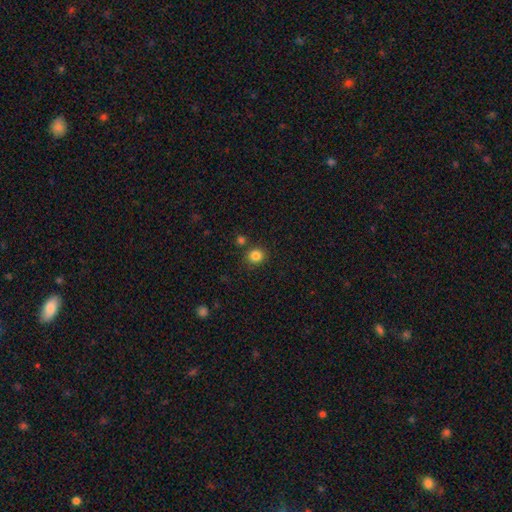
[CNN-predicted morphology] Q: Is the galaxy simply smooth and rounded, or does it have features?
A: smooth — 85%.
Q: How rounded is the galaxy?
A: round — 84%.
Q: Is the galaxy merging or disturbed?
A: none — 83%.